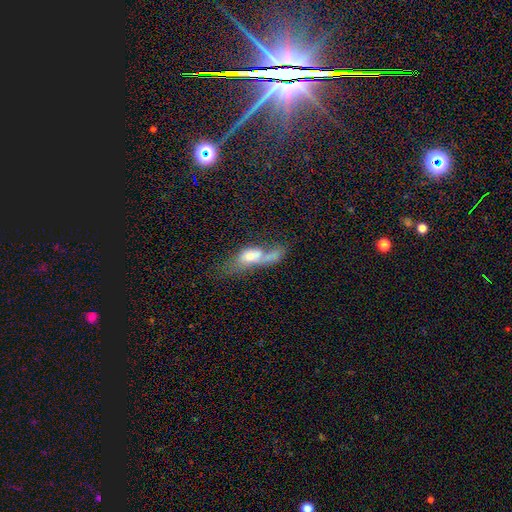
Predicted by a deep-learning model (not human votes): This is possibly a smooth galaxy (50%). How rounded: possibly in between (57%). Merging: possibly merger (47%).